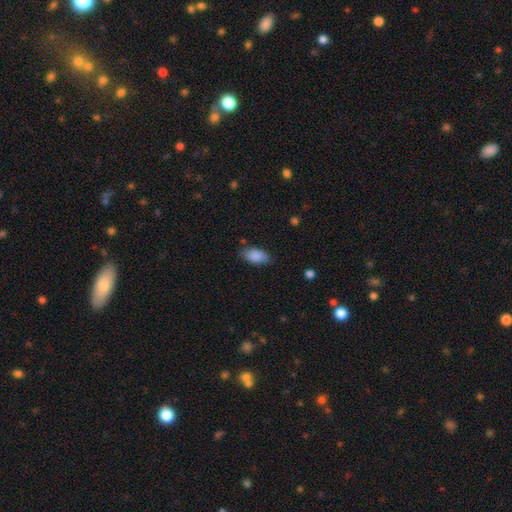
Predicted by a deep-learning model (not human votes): This is clearly a smooth galaxy (87%). How rounded: clearly in between (92%). Merging: likely none (78%).